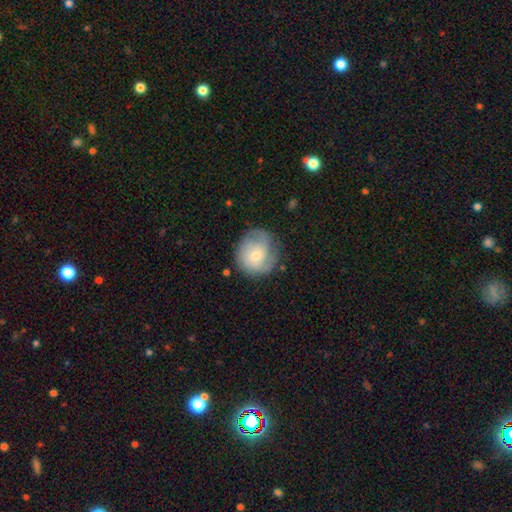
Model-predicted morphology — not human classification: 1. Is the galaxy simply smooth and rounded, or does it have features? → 52% featured or disk, 41% smooth, 7% star or artifact.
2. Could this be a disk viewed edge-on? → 98% no, 2% yes.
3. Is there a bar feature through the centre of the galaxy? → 69% no, 28% weak, 4% strong.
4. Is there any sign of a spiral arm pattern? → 83% yes, 17% no.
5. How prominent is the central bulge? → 55% small, 38% moderate, 3% large, 2% none, 1% dominant.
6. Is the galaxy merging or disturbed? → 68% none, 21% minor disturbance, 9% major disturbance, 2% merger.